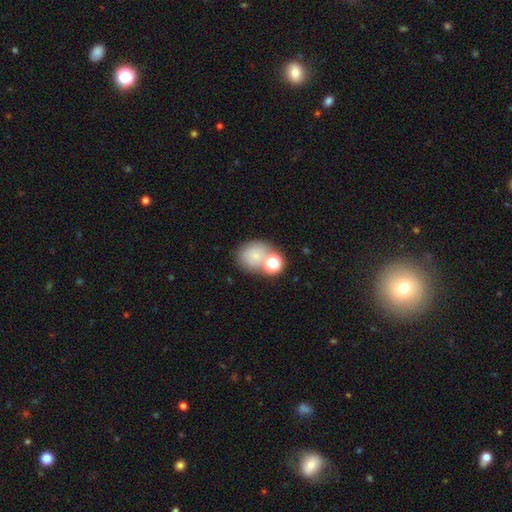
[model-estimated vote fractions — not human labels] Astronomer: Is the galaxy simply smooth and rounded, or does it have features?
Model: smooth — 67%.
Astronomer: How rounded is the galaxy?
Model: round — 67%.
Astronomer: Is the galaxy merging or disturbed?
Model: none — 49% (runner-up: merger, 30%).